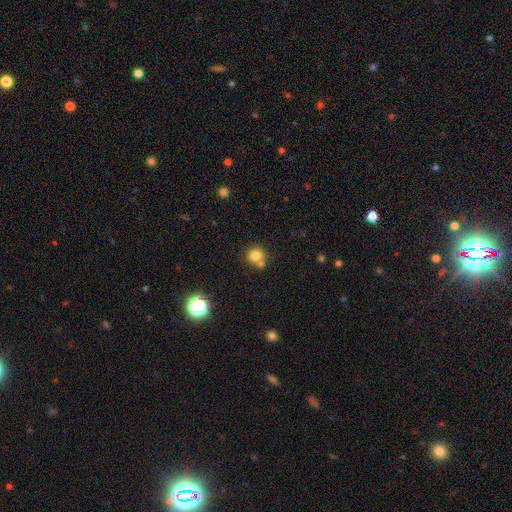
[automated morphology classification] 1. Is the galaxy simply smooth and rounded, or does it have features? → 79% smooth, 12% star or artifact, 8% featured or disk.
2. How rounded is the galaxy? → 89% round, 10% in between, 1% cigar-shaped.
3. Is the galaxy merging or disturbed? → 58% none, 29% merger, 10% minor disturbance, 3% major disturbance.